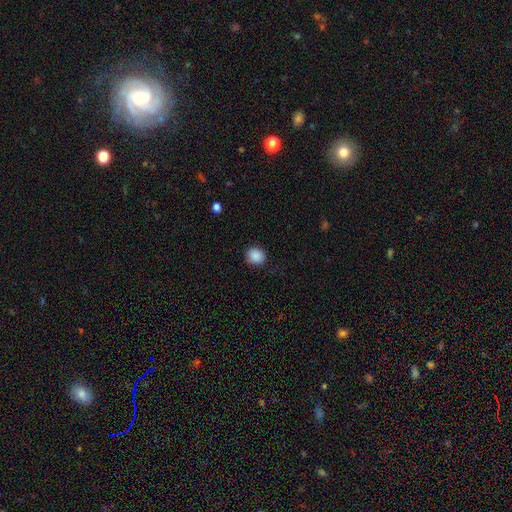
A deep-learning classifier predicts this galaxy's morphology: The model was most divided on "how rounded": round: 65%, in between: 35%, cigar-shaped: 1%. More confident: smooth or featured — smooth (89%); merging — none (87%).